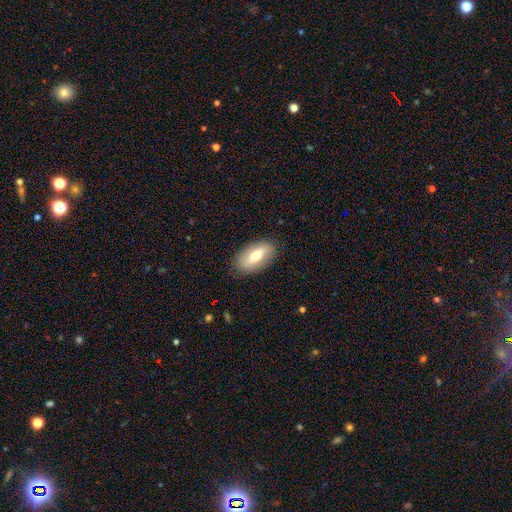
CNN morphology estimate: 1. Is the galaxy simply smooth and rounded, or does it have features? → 65% smooth, 29% featured or disk, 6% star or artifact.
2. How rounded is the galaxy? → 88% in between, 9% cigar-shaped, 3% round.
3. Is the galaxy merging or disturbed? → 86% none, 11% minor disturbance, 3% major disturbance, 1% merger.